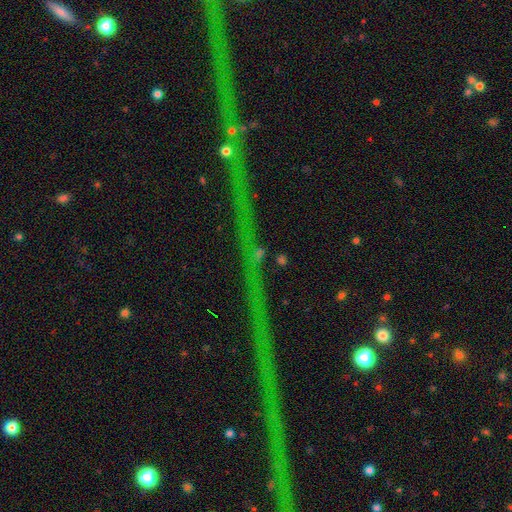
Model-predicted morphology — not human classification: Smooth or featured? star or artifact (81%)